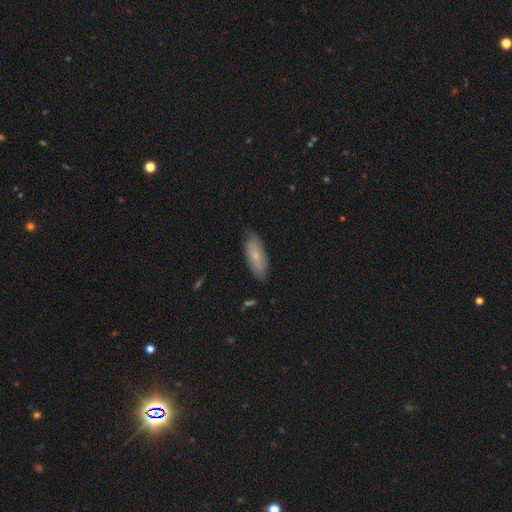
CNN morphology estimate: Overall: smooth (69%). How rounded: in between (71%). Merging: none (80%).